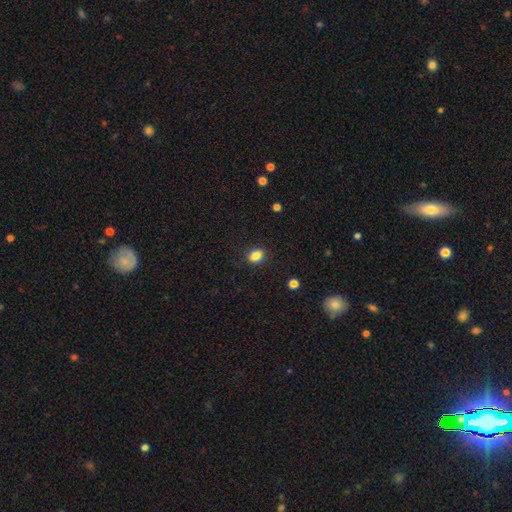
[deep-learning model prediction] smooth_or_featured: smooth (p=0.85) [alt: star or artifact p=0.09]
how_rounded: in between (p=0.77) [alt: round p=0.21]
merging: none (p=0.87) [alt: minor disturbance p=0.09]